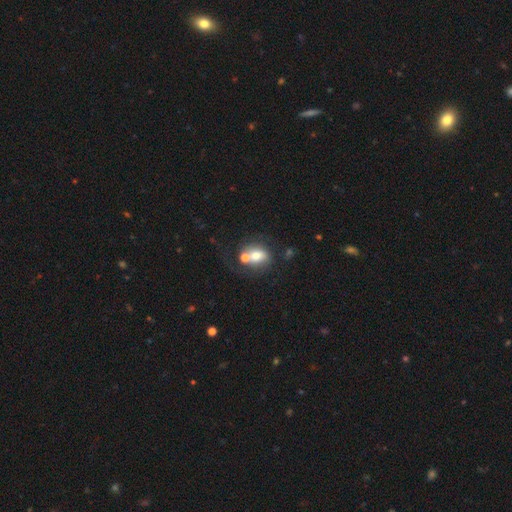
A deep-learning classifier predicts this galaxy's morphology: A smooth galaxy with no disk features (66%) that is round (53%).

Vote fractions:
- Smooth or featured? smooth: 66% / featured or disk: 23% / star or artifact: 10%
- How rounded? round: 53% / in between: 46% / cigar-shaped: 1%
- Merging? merger: 40% / none: 36% / minor disturbance: 13% / major disturbance: 11%